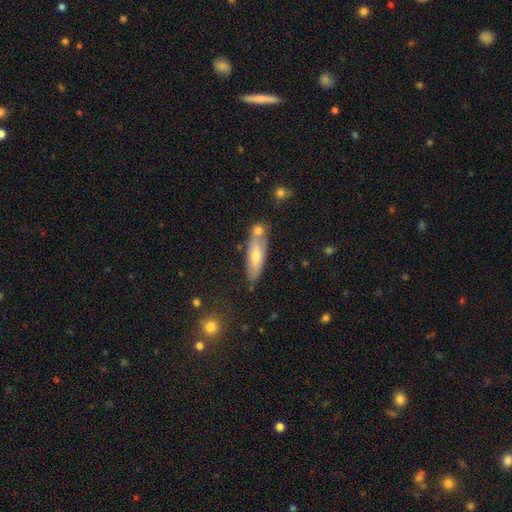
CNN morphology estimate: The model was most divided on "smooth or featured": smooth: 49%, featured or disk: 44%, star or artifact: 7%. More confident: merging — none (63%).